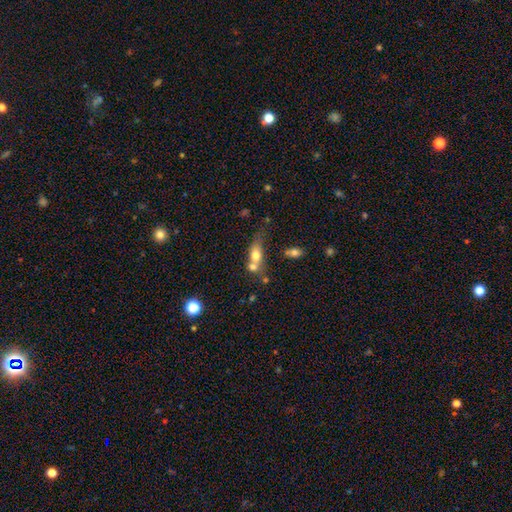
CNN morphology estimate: A smooth galaxy with no disk features (68%) that is in between round and cigar-shaped (61%). Merging: merger (54%).